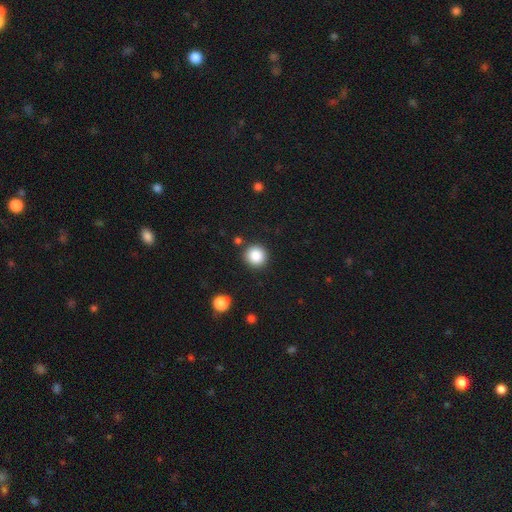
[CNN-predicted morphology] smooth 87%, star or artifact 9%, featured or disk 3%. Down the decision tree: how rounded — round (93%); merging — none (89%).